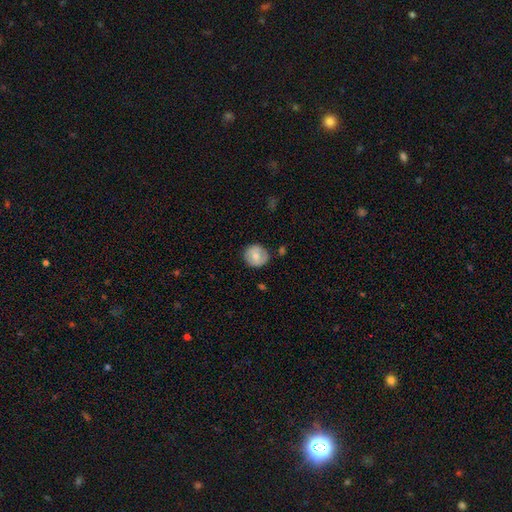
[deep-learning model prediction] smooth-or-featured: smooth: 59% | featured or disk: 34% | star or artifact: 7%
  how-rounded: round: 88% | in between: 11% | cigar-shaped: 1%
  merging: none: 78% | minor disturbance: 16% | major disturbance: 4% | merger: 2%